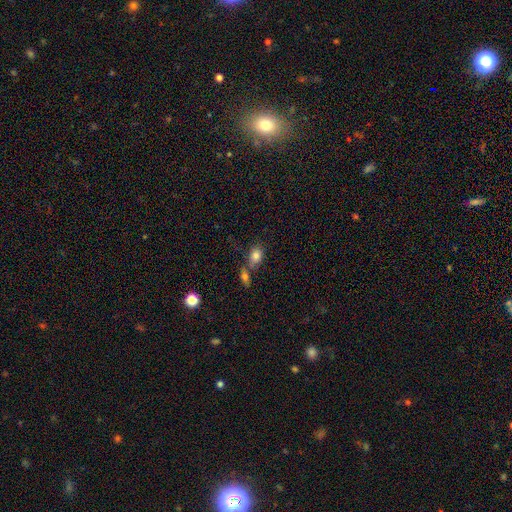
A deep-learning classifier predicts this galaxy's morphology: smooth-or-featured: smooth: 81% | featured or disk: 10% | star or artifact: 9%
  how-rounded: in between: 66% | round: 31% | cigar-shaped: 2%
  merging: none: 46% | merger: 35% | minor disturbance: 13% | major disturbance: 5%